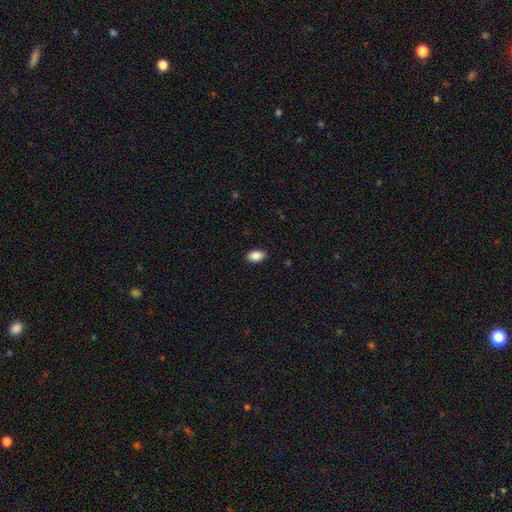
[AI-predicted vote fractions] The model was most divided on "merging": none: 89%, minor disturbance: 8%, major disturbance: 2%, merger: 1%. More confident: how rounded — in between (91%); smooth or featured — smooth (88%).